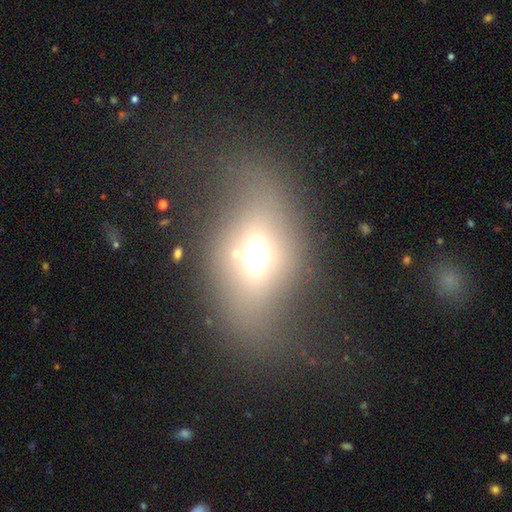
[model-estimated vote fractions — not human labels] A smooth galaxy with no disk features (56%) that is in between round and cigar-shaped (72%). Merging: none (66%).